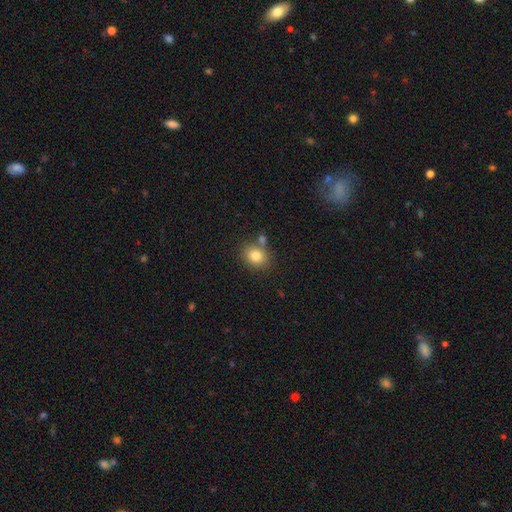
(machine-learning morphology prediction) smooth_or_featured: smooth (p=0.81) [alt: star or artifact p=0.10]
how_rounded: round (p=0.57) [alt: in between p=0.42]
merging: none (p=0.69) [alt: merger p=0.15]